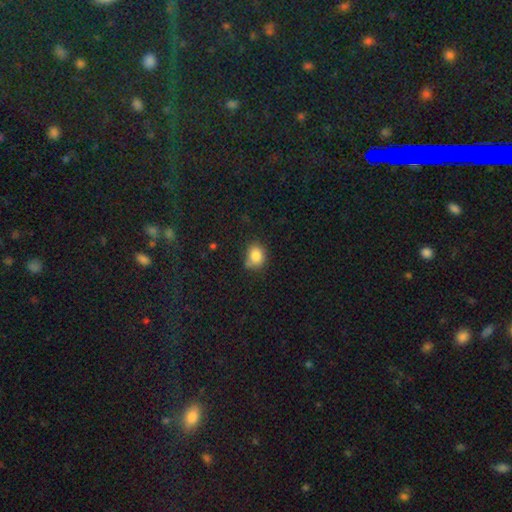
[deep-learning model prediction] Smooth or featured: smooth — 84% (star or artifact — 10%)
How rounded: round — 56% (in between — 43%)
Merging: none — 62% (minor disturbance — 24%)